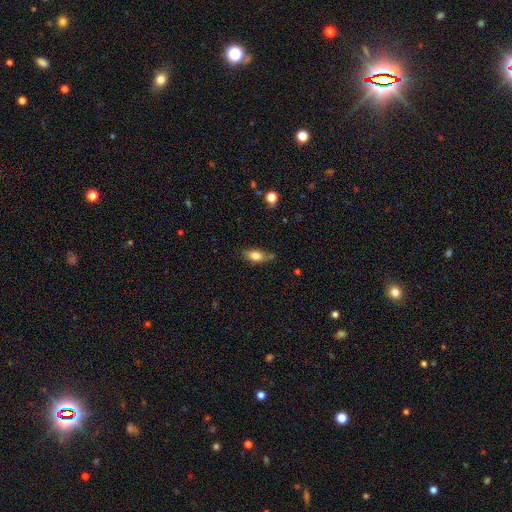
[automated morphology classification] type=smooth (76%); roundness=in between (82%); merging=none (69%).